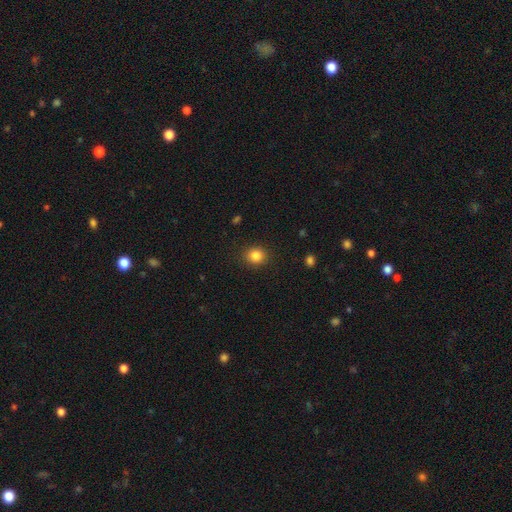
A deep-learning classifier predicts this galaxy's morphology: type=smooth (84%); roundness=round (78%); merging=none (89%).